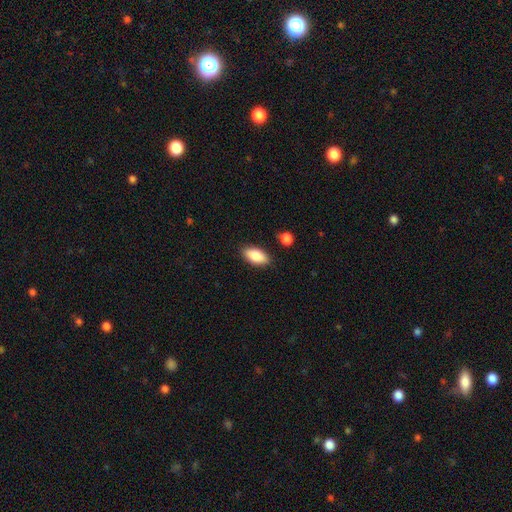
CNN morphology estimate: Smooth or featured?
  - smooth: 85% *
  - featured or disk: 9%
  - star or artifact: 7%
How rounded?
  - in between: 90% *
  - cigar-shaped: 7%
  - round: 3%
Merging?
  - none: 85% *
  - minor disturbance: 10%
  - merger: 2%
  - major disturbance: 2%